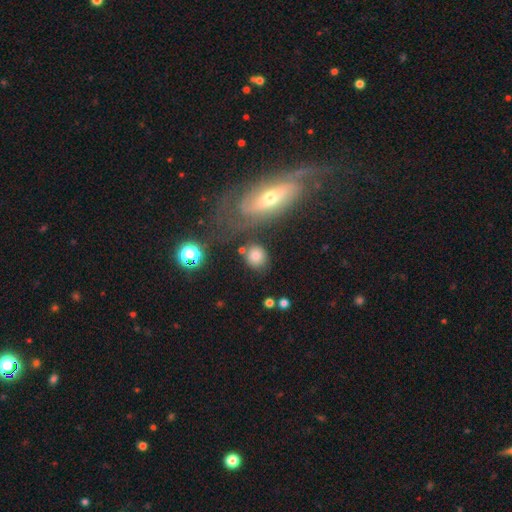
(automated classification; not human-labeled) Smooth or featured?
  - smooth: 78% *
  - star or artifact: 11%
  - featured or disk: 11%
How rounded?
  - round: 79% *
  - in between: 19%
  - cigar-shaped: 2%
Merging?
  - none: 74% *
  - minor disturbance: 12%
  - merger: 9%
  - major disturbance: 6%